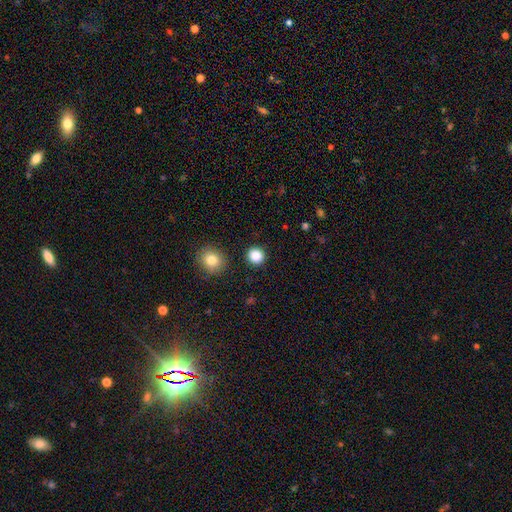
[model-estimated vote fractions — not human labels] smooth-or-featured: smooth: 86% | star or artifact: 11% | featured or disk: 3%
  how-rounded: round: 93% | in between: 6% | cigar-shaped: 1%
  merging: none: 91% | minor disturbance: 5% | major disturbance: 2% | merger: 2%